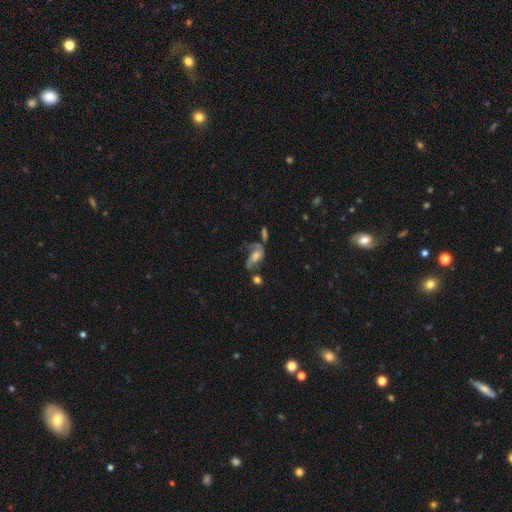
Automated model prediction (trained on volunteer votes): A featured or disk galaxy (66%) with no bar (54%), 2 (78%) loose (53%) spiral arms (85%) and a moderate central bulge (38%).

Vote fractions:
- Smooth or featured? featured or disk: 66% / smooth: 23% / star or artifact: 11%
- Edge-on disk? no: 95% / yes: 5%
- Bar? no: 54% / weak: 34% / strong: 12%
- Spiral arms? yes: 85% / no: 15%
- Spiral winding? loose: 53% / medium: 35% / tight: 12%
- Spiral arm count? 2: 78% / 1: 11% / can't tell: 7% / 3: 2% / 4: 1% / more than 4: 1%
- Bulge size? moderate: 38% / large: 24% / small: 21% / none: 13% / dominant: 4%
- Merging? none: 34% / major disturbance: 26% / merger: 22% / minor disturbance: 18%